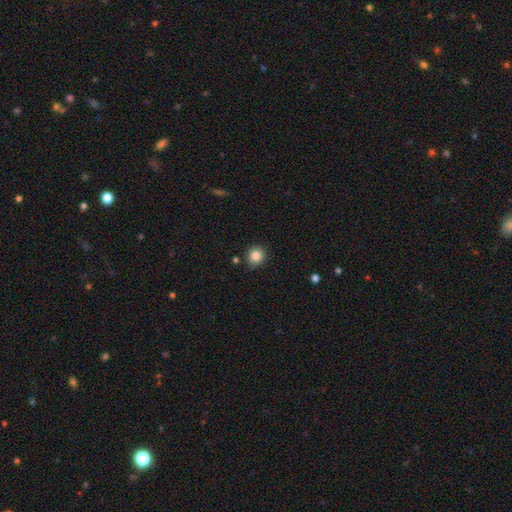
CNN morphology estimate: Smooth or featured? smooth (86%)
How rounded? round (89%)
Merging? none (87%)